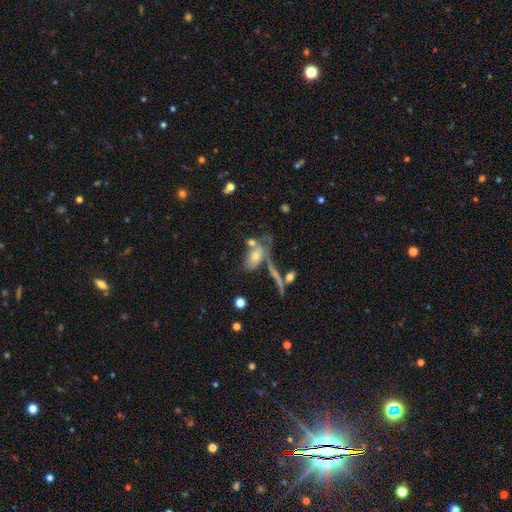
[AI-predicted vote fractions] Overall: smooth (46%; featured or disk 41%). Merging: none (38%; merger 29%).